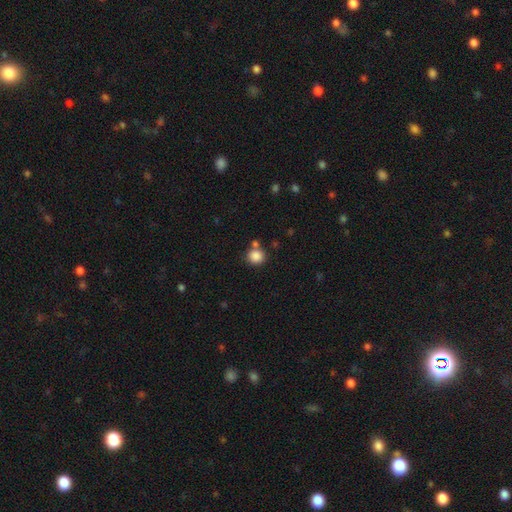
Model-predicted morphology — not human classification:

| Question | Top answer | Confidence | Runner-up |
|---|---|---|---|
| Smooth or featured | smooth | 86% | star or artifact (10%) |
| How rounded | round | 87% | in between (12%) |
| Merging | none | 69% | merger (17%) |